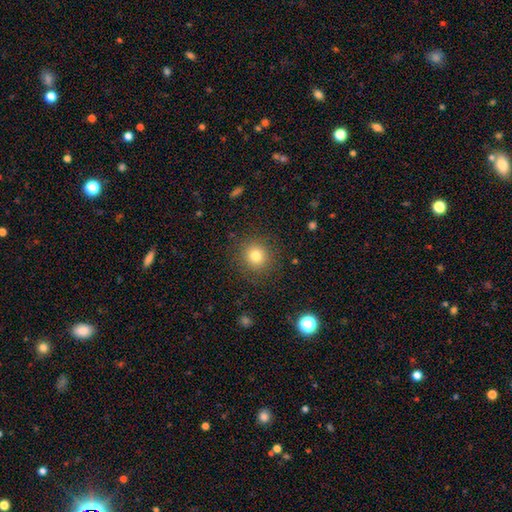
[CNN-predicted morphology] The model was most divided on "smooth or featured": smooth: 79%, star or artifact: 13%, featured or disk: 8%. More confident: how rounded — round (91%); merging — none (88%).